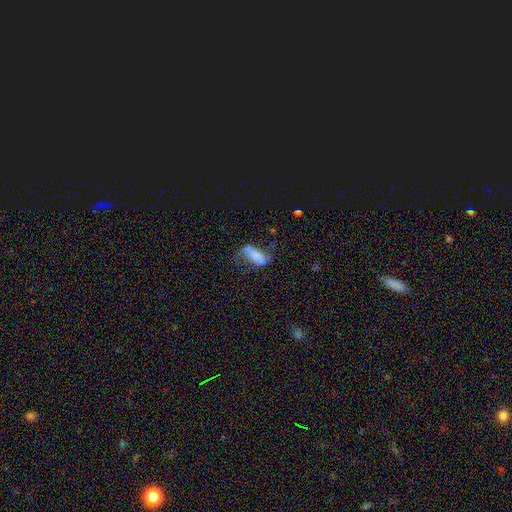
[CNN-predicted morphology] Smooth or featured: smooth — 62% (featured or disk — 29%)
How rounded: in between — 77% (cigar-shaped — 20%)
Merging: none — 35% (major disturbance — 30%)